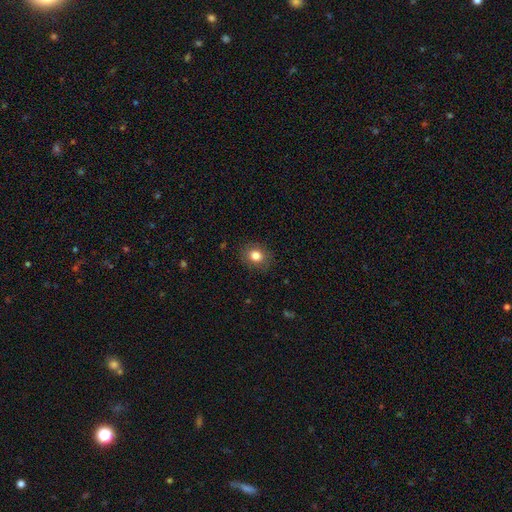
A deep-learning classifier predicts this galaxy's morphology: smooth_or_featured: smooth (p=0.82) [alt: star or artifact p=0.10]
how_rounded: round (p=0.63) [alt: in between p=0.36]
merging: none (p=0.87) [alt: minor disturbance p=0.09]